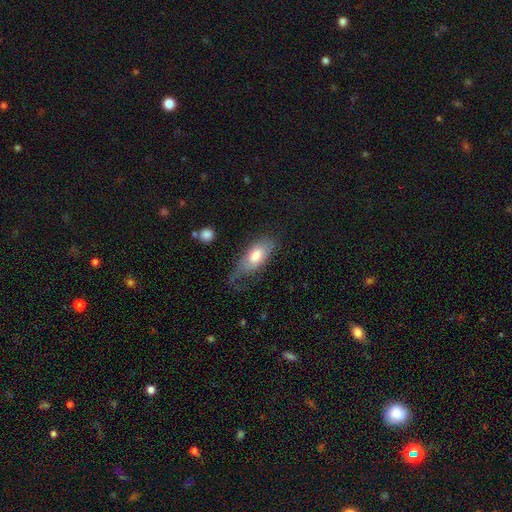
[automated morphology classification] smooth 68%, featured or disk 26%, star or artifact 6%. Down the decision tree: how rounded — in between (85%); merging — none (38%).